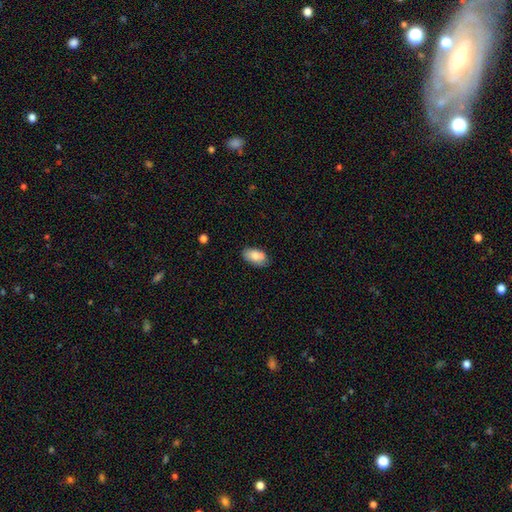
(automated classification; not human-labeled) Overall: smooth (79%). How rounded: in between (93%). Merging: none (66%).